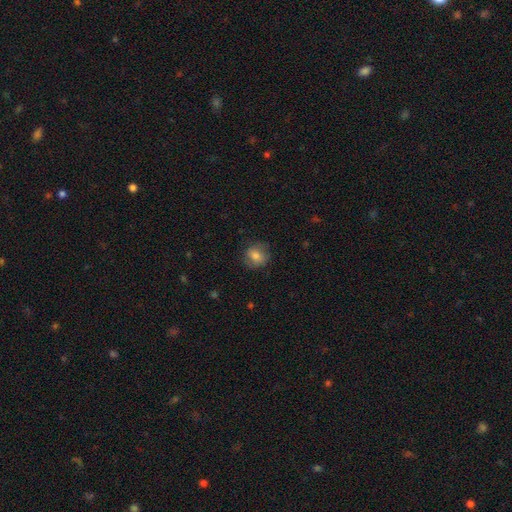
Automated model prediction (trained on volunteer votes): Morphology: type=smooth (76%); roundness=round (76%); merging=none (80%).